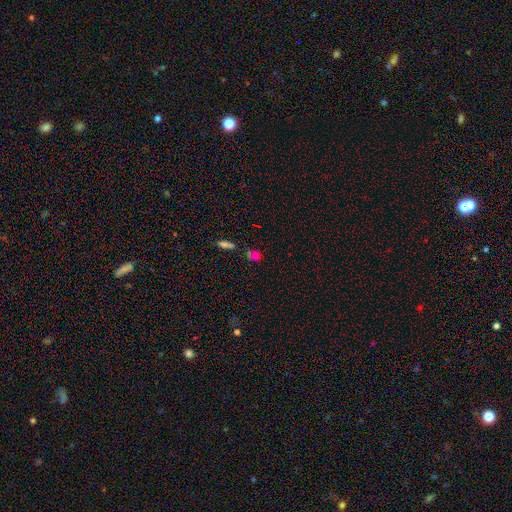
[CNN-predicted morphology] type=smooth (57%); roundness=round (55%); merging=none (56%).